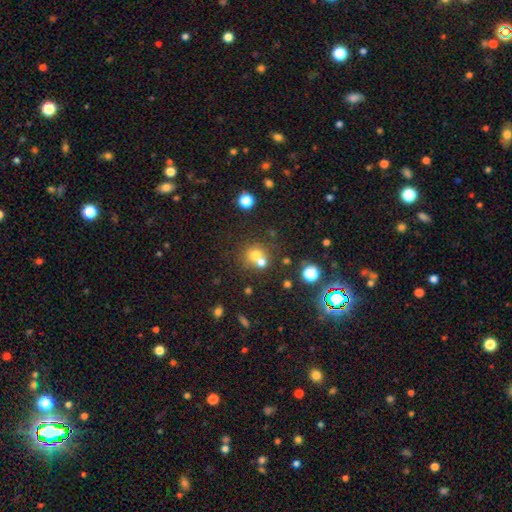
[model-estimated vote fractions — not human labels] Smooth or featured? smooth (68%)
How rounded? round (84%)
Merging? none (46%)